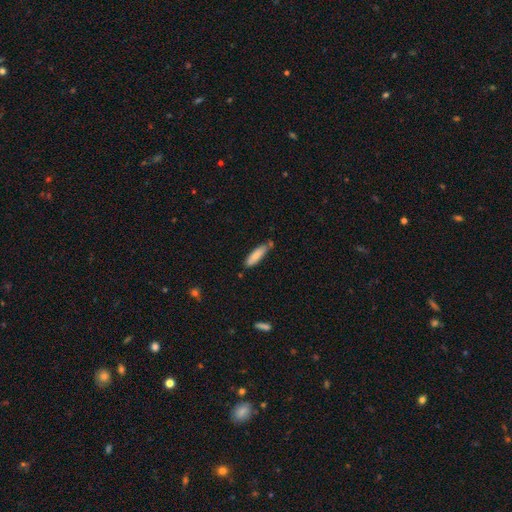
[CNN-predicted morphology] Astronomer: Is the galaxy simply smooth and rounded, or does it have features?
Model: smooth — 82%.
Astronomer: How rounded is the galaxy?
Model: cigar-shaped — 64%.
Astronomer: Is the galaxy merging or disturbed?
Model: none — 65%.